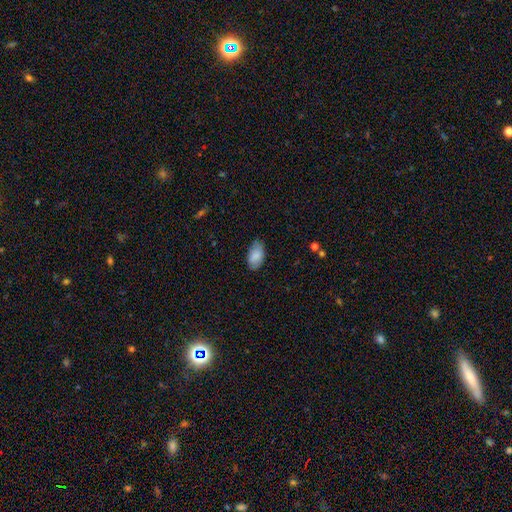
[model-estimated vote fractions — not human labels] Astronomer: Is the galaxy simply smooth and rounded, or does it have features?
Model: smooth — 85%.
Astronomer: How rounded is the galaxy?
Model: in between — 95%.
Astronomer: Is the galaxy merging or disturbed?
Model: none — 75%.